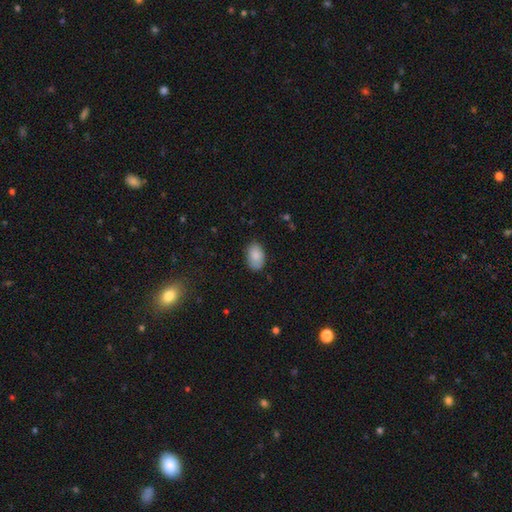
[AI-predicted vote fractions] Smooth or featured: smooth — 87% (star or artifact — 7%)
How rounded: in between — 89% (round — 10%)
Merging: none — 82% (minor disturbance — 14%)